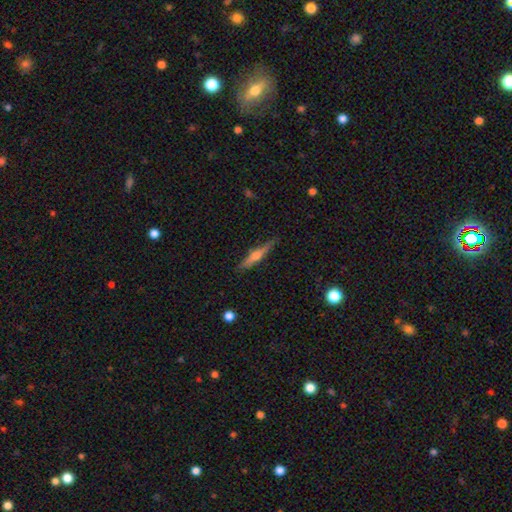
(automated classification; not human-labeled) The model was most divided on "smooth or featured": featured or disk: 61%, smooth: 32%, star or artifact: 7%. More confident: edge-on disk — yes (97%); edge-on bulge — rounded (89%); merging — none (85%).